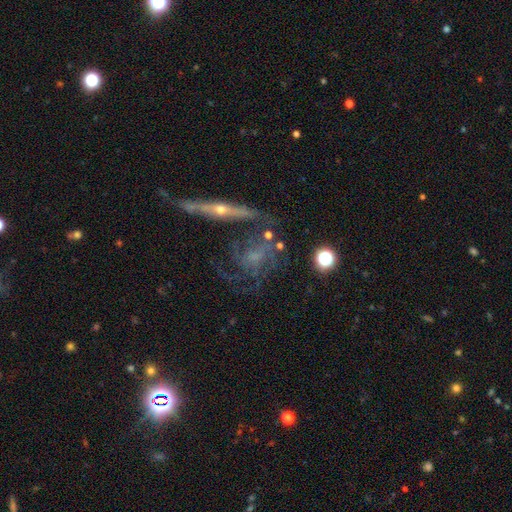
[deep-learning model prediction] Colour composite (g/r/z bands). It shows a featured or disk galaxy (73%) with no bar (68%), spiral arms (77%) and a small central bulge (45%). Merging: none (52%).